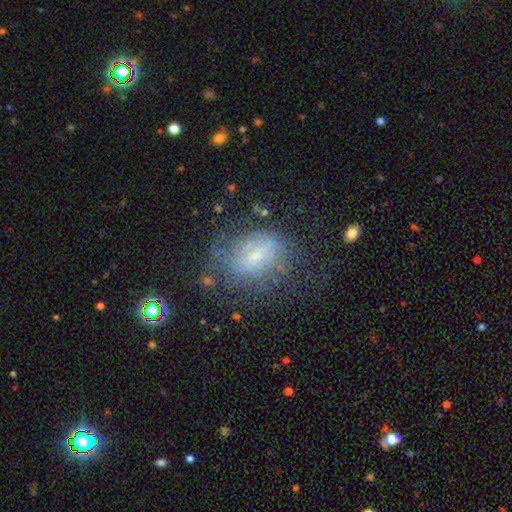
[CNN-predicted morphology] The model was most divided on "smooth or featured": featured or disk: 49%, smooth: 39%, star or artifact: 12%. More confident: merging — none (50%).